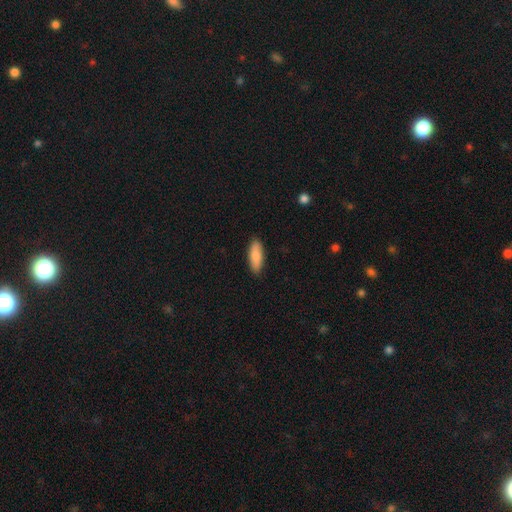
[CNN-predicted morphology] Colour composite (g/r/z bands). It shows a smooth galaxy with no disk features (85%) that is in between round and cigar-shaped (67%). Merging: none (88%).